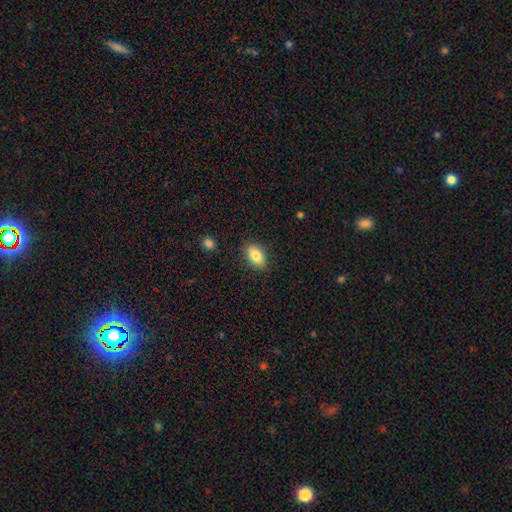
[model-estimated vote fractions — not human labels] smooth 82%, featured or disk 11%, star or artifact 8%. Down the decision tree: how rounded — in between (87%); merging — none (86%).